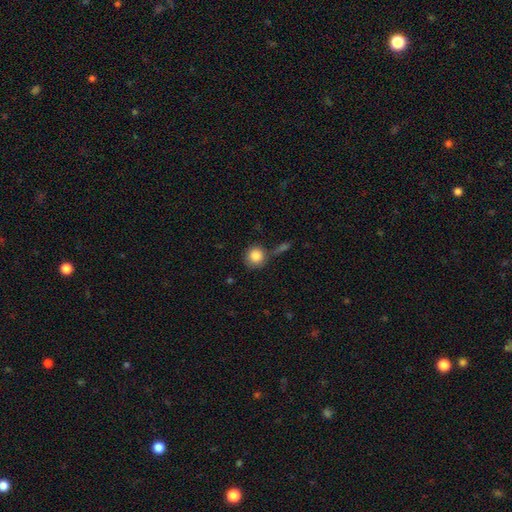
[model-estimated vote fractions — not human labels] Smooth or featured?
  - smooth: 86% *
  - star or artifact: 8%
  - featured or disk: 6%
How rounded?
  - round: 90% *
  - in between: 9%
  - cigar-shaped: 1%
Merging?
  - none: 67% *
  - minor disturbance: 15%
  - merger: 13%
  - major disturbance: 6%